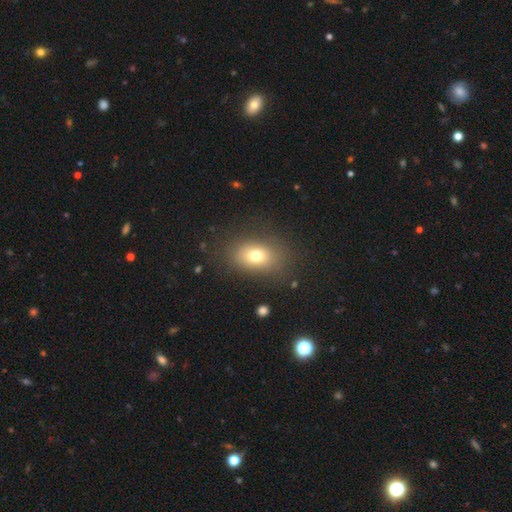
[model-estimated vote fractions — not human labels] A smooth galaxy with no disk features (73%) that is in between round and cigar-shaped (70%). Merging: none (80%).